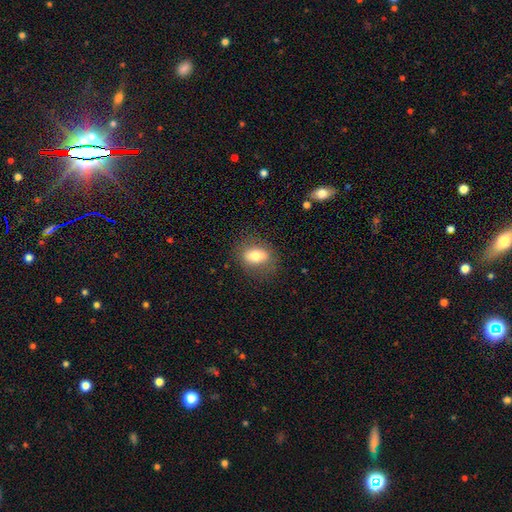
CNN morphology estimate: Smooth or featured? smooth (70%)
How rounded? in between (72%)
Merging? none (81%)